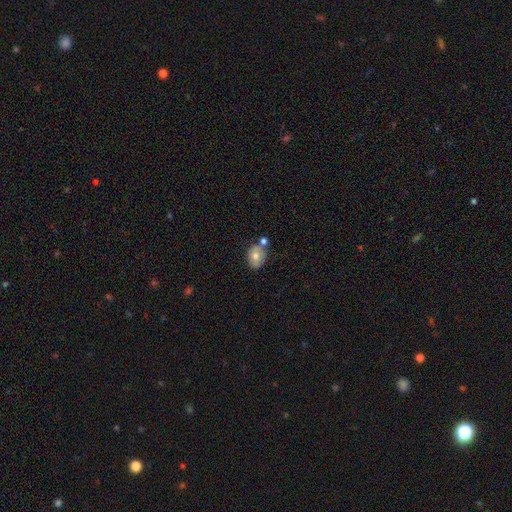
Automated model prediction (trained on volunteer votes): The model was most divided on "how rounded": in between: 58%, round: 41%, cigar-shaped: 1%. More confident: smooth or featured — smooth (71%); merging — none (57%).